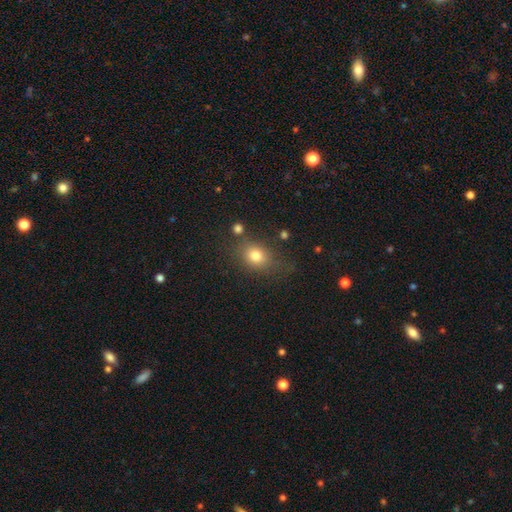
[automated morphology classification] Q: Smooth or featured?
A: smooth (78%); runner-up: star or artifact (12%)
Q: How rounded?
A: round (51%); runner-up: in between (48%)
Q: Merging?
A: none (69%); runner-up: minor disturbance (17%)